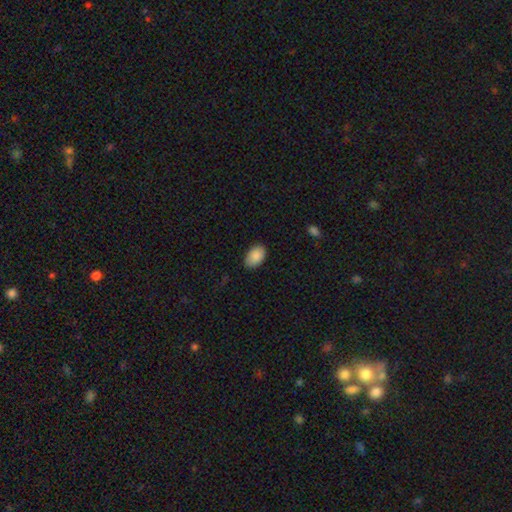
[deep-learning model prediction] Overall: smooth (89%). How rounded: in between (92%). Merging: none (85%).